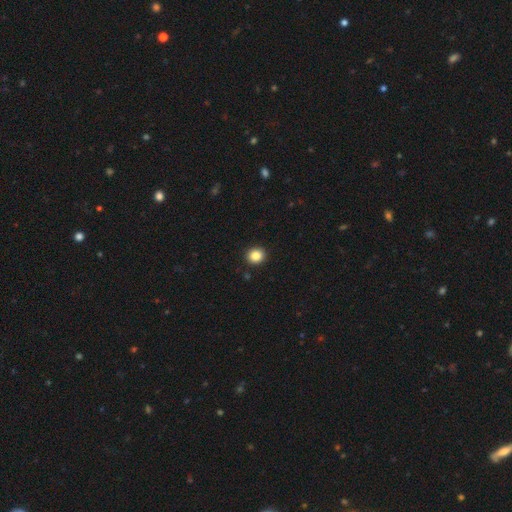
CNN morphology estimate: A smooth galaxy with no disk features (86%) that is round (84%). Merging: none (92%).